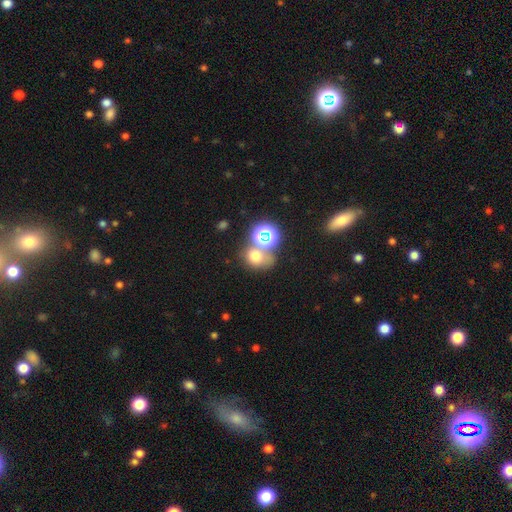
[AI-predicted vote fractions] The model was most divided on "merging": none: 50%, merger: 32%, minor disturbance: 11%, major disturbance: 6%. More confident: how rounded — round (63%); smooth or featured — smooth (63%).